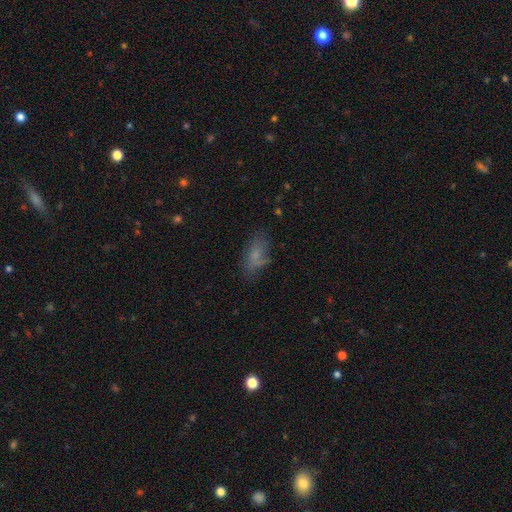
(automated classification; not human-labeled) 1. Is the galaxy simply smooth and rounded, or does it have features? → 66% smooth, 23% featured or disk, 11% star or artifact.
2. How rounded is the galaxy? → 87% in between, 8% cigar-shaped, 5% round.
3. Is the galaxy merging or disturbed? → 61% none, 25% minor disturbance, 11% major disturbance, 3% merger.